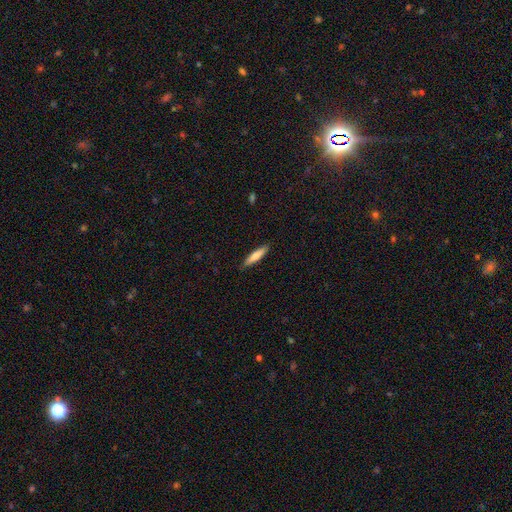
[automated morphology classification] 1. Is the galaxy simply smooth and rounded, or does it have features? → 70% smooth, 24% featured or disk, 6% star or artifact.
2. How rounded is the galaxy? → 85% cigar-shaped, 14% in between, 1% round.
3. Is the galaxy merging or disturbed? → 88% none, 10% minor disturbance, 2% major disturbance, 1% merger.